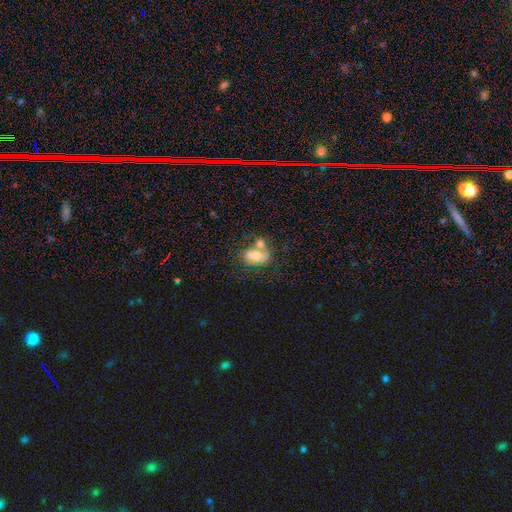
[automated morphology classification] Q: Smooth or featured?
A: smooth (55%); runner-up: featured or disk (36%)
Q: How rounded?
A: in between (70%); runner-up: round (29%)
Q: Merging?
A: merger (48%); runner-up: none (30%)